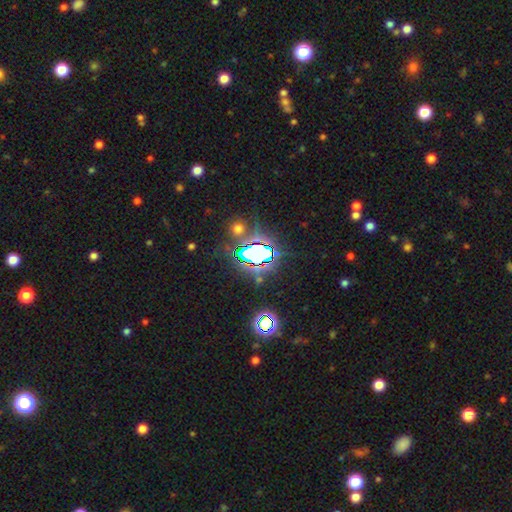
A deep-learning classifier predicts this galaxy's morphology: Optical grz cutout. It shows a star or artifact, not a galaxy (71%).